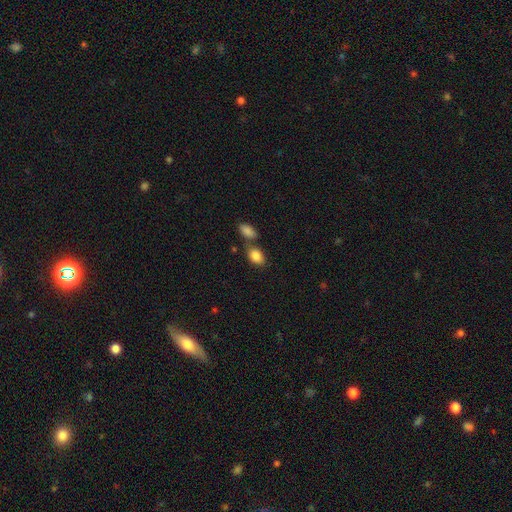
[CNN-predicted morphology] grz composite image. It shows a smooth galaxy with no disk features (86%) that is in between round and cigar-shaped (87%). Merging: none (57%).